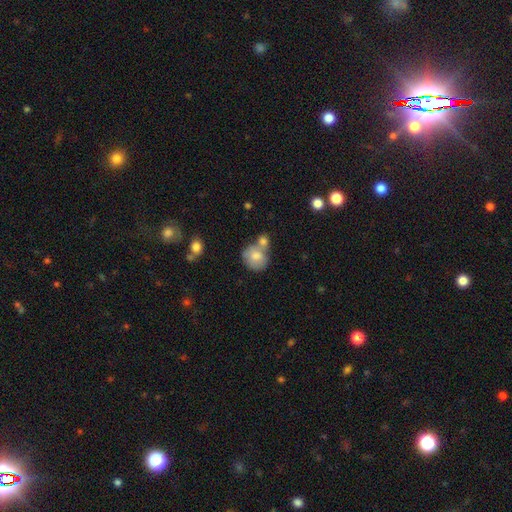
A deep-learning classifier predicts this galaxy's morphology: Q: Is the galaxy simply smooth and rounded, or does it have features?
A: smooth — 74%.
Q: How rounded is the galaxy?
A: round — 71%.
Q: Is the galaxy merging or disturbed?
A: merger — 43%.